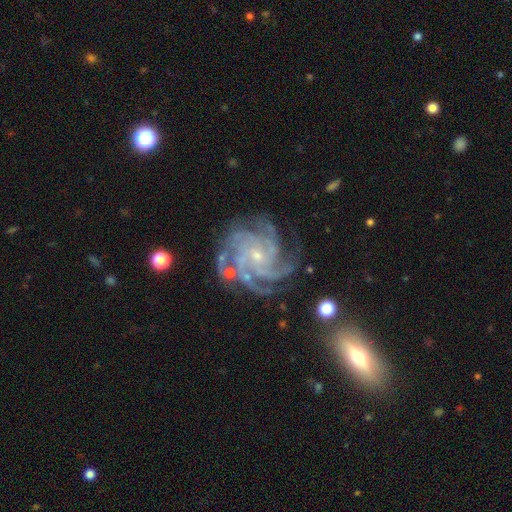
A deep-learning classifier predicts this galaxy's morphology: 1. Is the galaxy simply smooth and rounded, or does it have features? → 90% featured or disk, 6% star or artifact, 3% smooth.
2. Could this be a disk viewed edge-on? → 98% no, 2% yes.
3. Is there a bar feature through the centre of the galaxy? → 69% no, 24% weak, 7% strong.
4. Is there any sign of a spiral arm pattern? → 99% yes, 1% no.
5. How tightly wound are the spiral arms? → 65% tight, 31% medium, 4% loose.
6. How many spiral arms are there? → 42% 4, 26% more than 4, 11% 3, 9% can't tell, 6% 2, 6% 1.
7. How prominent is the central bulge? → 79% small, 15% moderate, 3% none, 1% large, 1% dominant.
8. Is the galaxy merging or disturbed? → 73% none, 17% minor disturbance, 7% major disturbance, 2% merger.